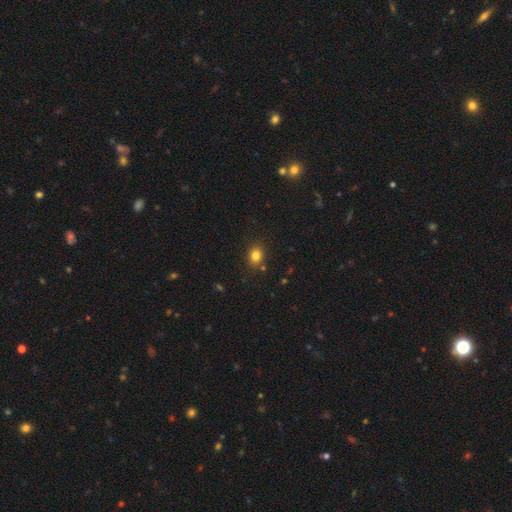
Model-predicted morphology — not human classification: This is clearly a smooth galaxy (81%). How rounded: possibly round (57%). Merging: clearly none (85%).